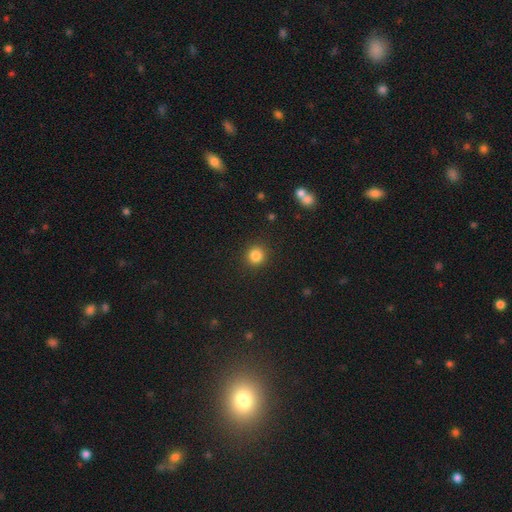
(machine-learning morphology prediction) Smooth or featured?
  - smooth: 84% *
  - star or artifact: 12%
  - featured or disk: 4%
How rounded?
  - round: 90% *
  - in between: 9%
  - cigar-shaped: 1%
Merging?
  - none: 91% *
  - minor disturbance: 6%
  - major disturbance: 2%
  - merger: 1%